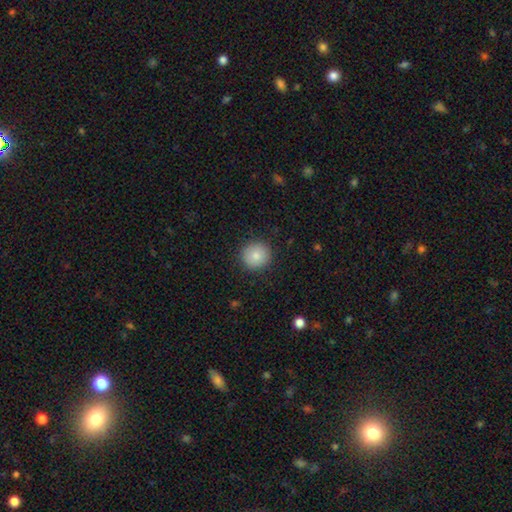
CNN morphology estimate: This appears to be a smooth galaxy with no disk features (84%) that is round (93%). Merging: none (90%).